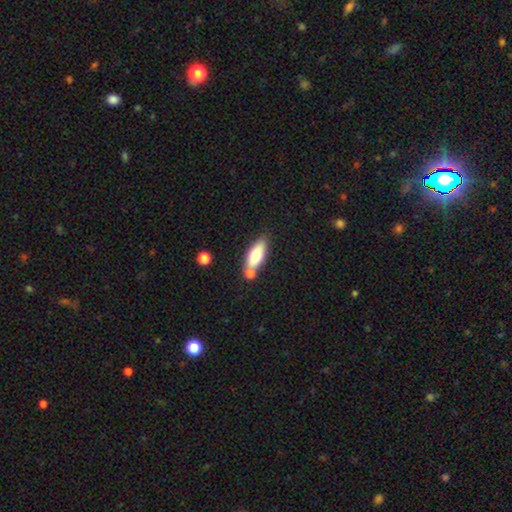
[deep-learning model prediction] Smooth or featured? smooth (71%)
How rounded? in between (73%)
Merging? none (57%)